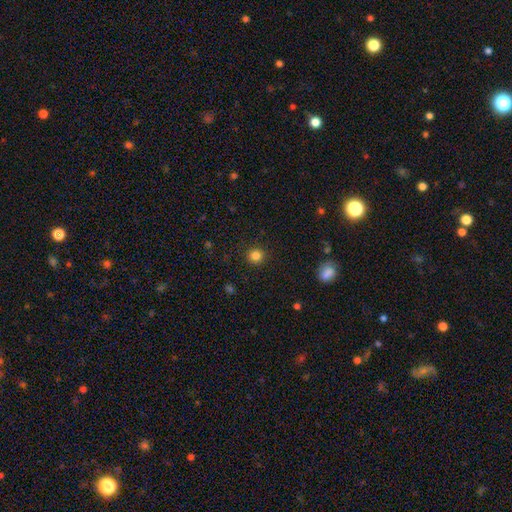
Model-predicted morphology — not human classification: Smooth or featured?
  - smooth: 83% *
  - star or artifact: 12%
  - featured or disk: 4%
How rounded?
  - round: 93% *
  - in between: 6%
  - cigar-shaped: 1%
Merging?
  - none: 92% *
  - minor disturbance: 5%
  - major disturbance: 2%
  - merger: 1%